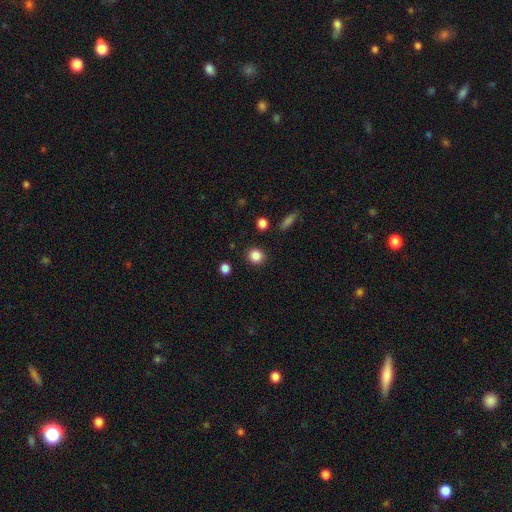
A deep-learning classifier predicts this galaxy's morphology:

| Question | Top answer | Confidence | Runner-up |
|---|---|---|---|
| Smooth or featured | smooth | 85% | star or artifact (11%) |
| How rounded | round | 88% | in between (11%) |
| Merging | none | 90% | minor disturbance (6%) |